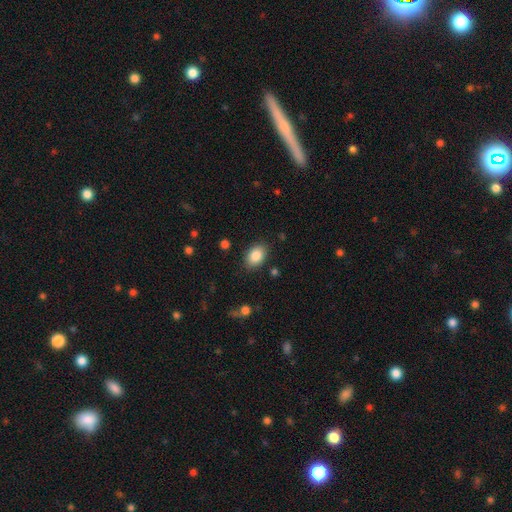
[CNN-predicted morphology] Smooth or featured? Predicted: smooth (p=0.86). How rounded? Predicted: in between (p=0.84). Merging? Predicted: none (p=0.85).